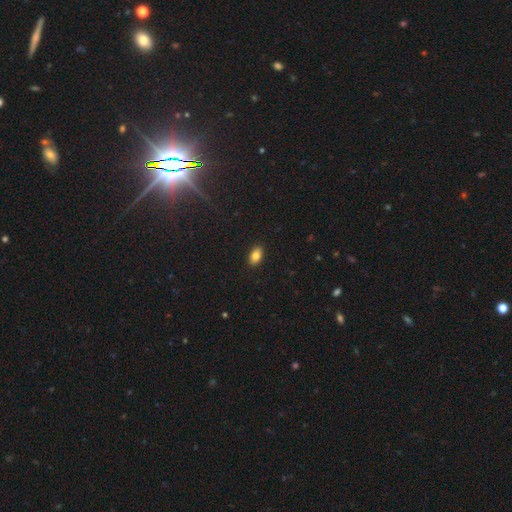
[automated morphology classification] Overall: smooth (83%). How rounded: in between (90%). Merging: none (90%).